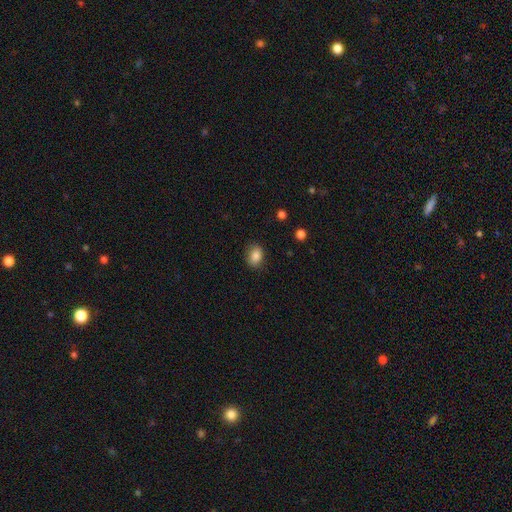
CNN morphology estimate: Q: Smooth or featured?
A: smooth (86%); runner-up: star or artifact (9%)
Q: How rounded?
A: in between (65%); runner-up: round (34%)
Q: Merging?
A: none (81%); runner-up: minor disturbance (14%)